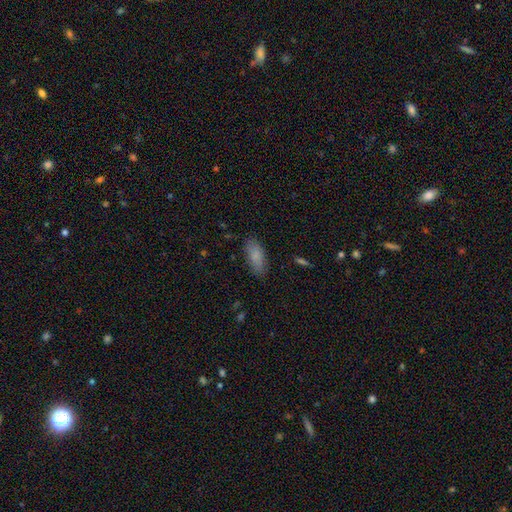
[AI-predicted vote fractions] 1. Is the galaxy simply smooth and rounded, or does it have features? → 84% smooth, 9% featured or disk, 7% star or artifact.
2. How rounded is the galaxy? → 82% in between, 16% cigar-shaped, 2% round.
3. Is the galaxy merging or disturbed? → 81% none, 14% minor disturbance, 3% major disturbance, 1% merger.